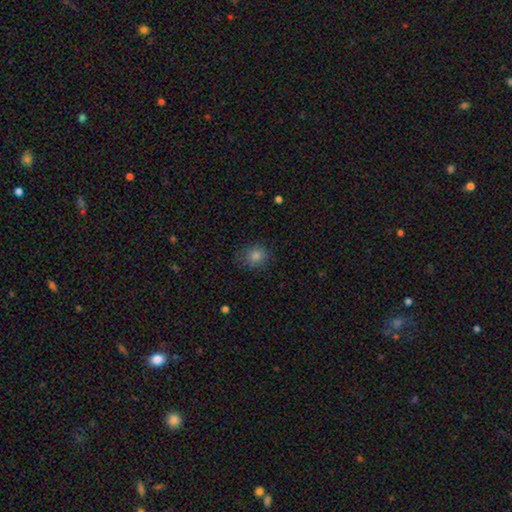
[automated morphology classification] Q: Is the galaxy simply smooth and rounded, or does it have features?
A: smooth — 78%.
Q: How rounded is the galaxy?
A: round — 77%.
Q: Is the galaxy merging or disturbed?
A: none — 82%.